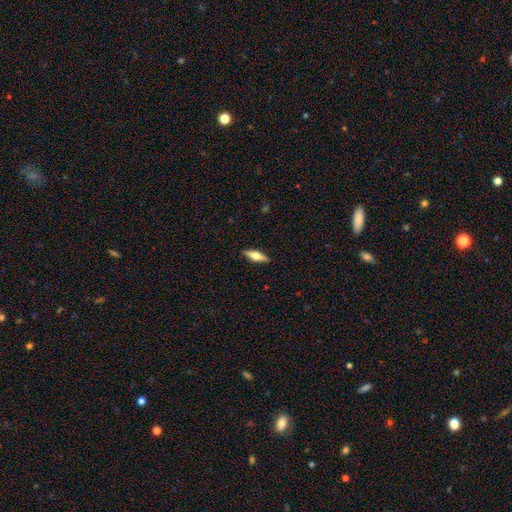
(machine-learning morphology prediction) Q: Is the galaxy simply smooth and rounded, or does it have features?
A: featured or disk — 56%.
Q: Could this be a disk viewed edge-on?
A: yes — 95%.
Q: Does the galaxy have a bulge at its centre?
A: rounded — 93%.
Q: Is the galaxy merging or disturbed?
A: none — 90%.